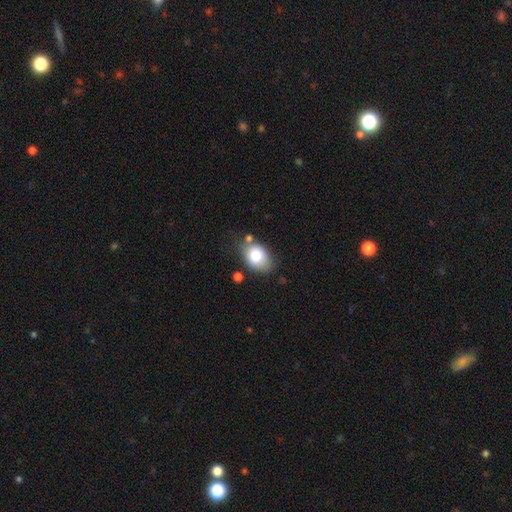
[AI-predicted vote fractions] smooth-or-featured: smooth: 80% | featured or disk: 12% | star or artifact: 8%
  how-rounded: in between: 80% | round: 19% | cigar-shaped: 1%
  merging: none: 65% | minor disturbance: 22% | merger: 7% | major disturbance: 6%